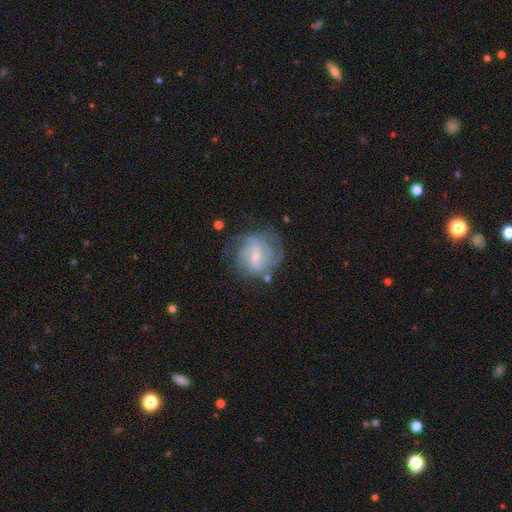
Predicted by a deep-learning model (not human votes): This is clearly a featured or disk galaxy (82%). It is clearly not viewed edge-on (98%). Bar: possibly weak (55%). Spiral arm pattern: clearly yes (94%). Spiral arm count: marginally can't tell (29%). Spiral winding: possibly tight (50%). Central bulge: possibly small (60%). Merging: likely none (65%).